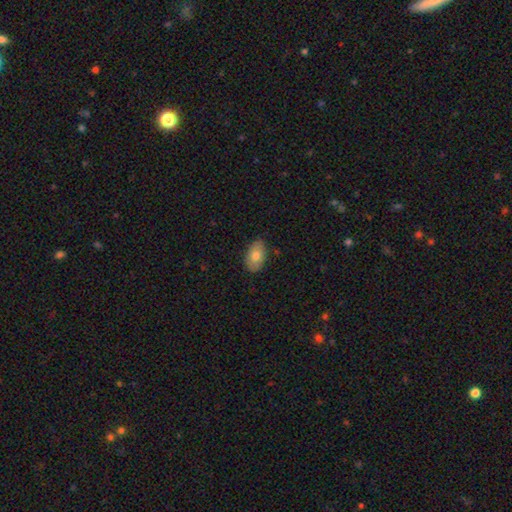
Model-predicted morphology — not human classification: Smooth or featured? smooth (77%)
How rounded? in between (92%)
Merging? none (84%)